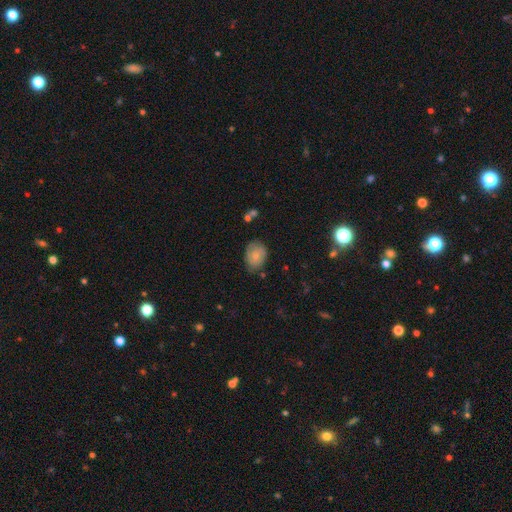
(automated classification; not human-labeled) smooth 76%, featured or disk 16%, star or artifact 8%. Down the decision tree: how rounded — in between (68%); merging — none (67%).